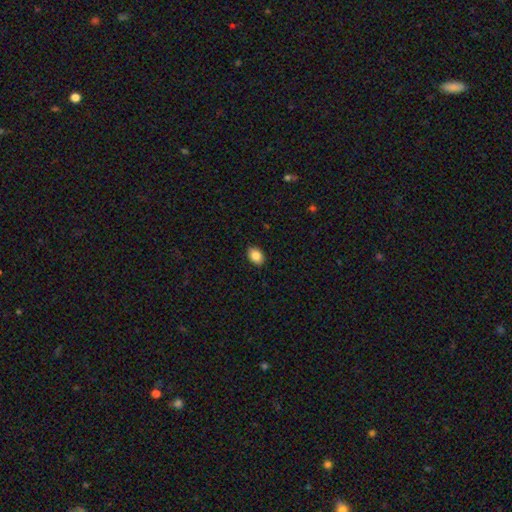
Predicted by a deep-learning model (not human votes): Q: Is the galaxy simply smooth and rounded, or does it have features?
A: smooth — 86%.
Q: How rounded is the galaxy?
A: in between — 81%.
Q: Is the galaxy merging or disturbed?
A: none — 89%.